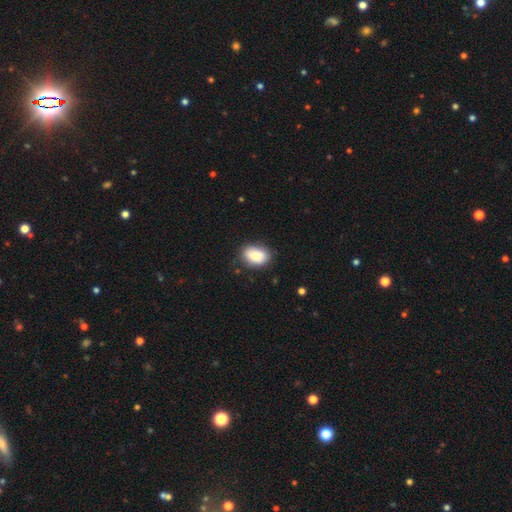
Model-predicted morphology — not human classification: A smooth galaxy with no disk features (88%) that is in between round and cigar-shaped (84%).

Vote fractions:
- Smooth or featured? smooth: 88% / star or artifact: 7% / featured or disk: 6%
- How rounded? in between: 84% / round: 14% / cigar-shaped: 1%
- Merging? none: 80% / minor disturbance: 16% / major disturbance: 3% / merger: 1%